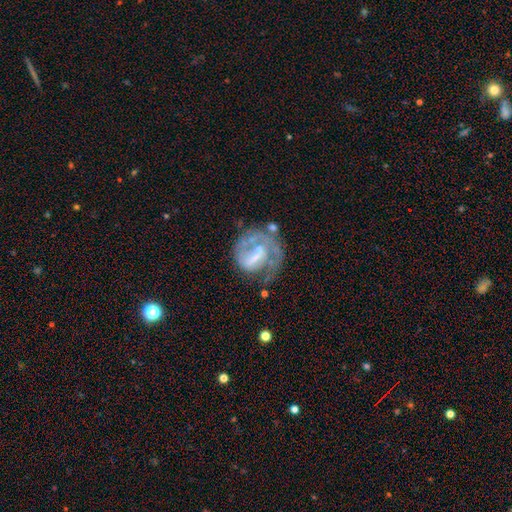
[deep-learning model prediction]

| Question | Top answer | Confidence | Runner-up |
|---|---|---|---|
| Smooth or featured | featured or disk | 71% | smooth (21%) |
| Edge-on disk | no | 97% | yes (3%) |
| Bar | weak | 43% | no (32%) |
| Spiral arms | yes | 67% | no (33%) |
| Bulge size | none | 39% | small (32%) |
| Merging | none | 41% | major disturbance (33%) |